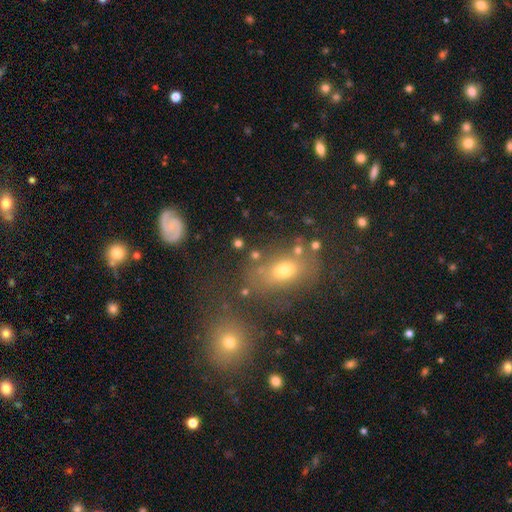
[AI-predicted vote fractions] smooth-or-featured: smooth: 59% | featured or disk: 22% | star or artifact: 19%
  how-rounded: in between: 64% | round: 32% | cigar-shaped: 4%
  merging: none: 66% | minor disturbance: 15% | merger: 11% | major disturbance: 8%